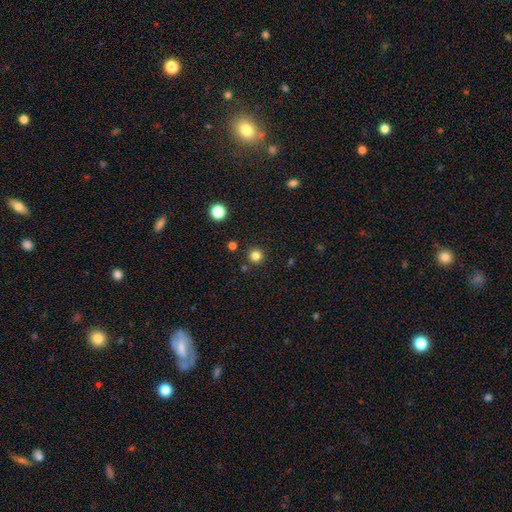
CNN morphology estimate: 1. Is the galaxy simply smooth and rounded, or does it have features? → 81% smooth, 14% star or artifact, 5% featured or disk.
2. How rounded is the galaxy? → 95% round, 4% in between, 1% cigar-shaped.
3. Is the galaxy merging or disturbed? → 90% none, 5% minor disturbance, 3% merger, 2% major disturbance.